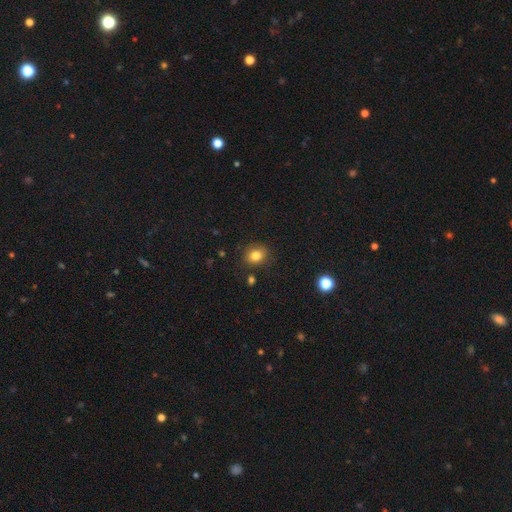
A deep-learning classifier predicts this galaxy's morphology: Q: Smooth or featured?
A: smooth (82%); runner-up: star or artifact (11%)
Q: How rounded?
A: round (61%); runner-up: in between (38%)
Q: Merging?
A: none (83%); runner-up: minor disturbance (12%)